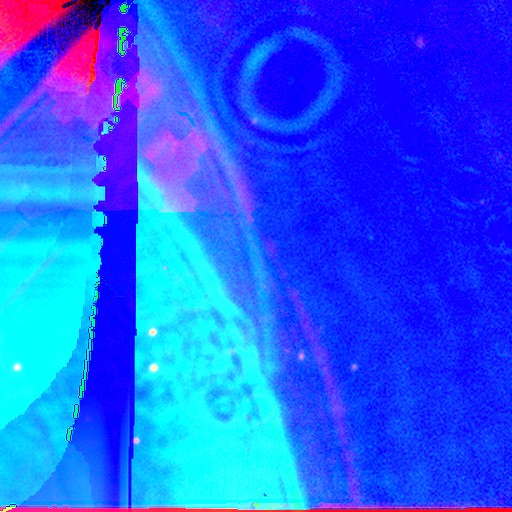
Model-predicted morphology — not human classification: This appears to be a star or artifact, not a galaxy (87%).